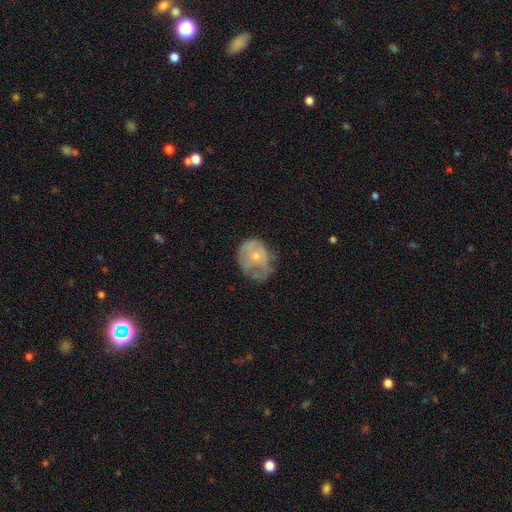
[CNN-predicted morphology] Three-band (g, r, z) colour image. It shows a smooth galaxy with no disk features (47%). Merging: none (37%).